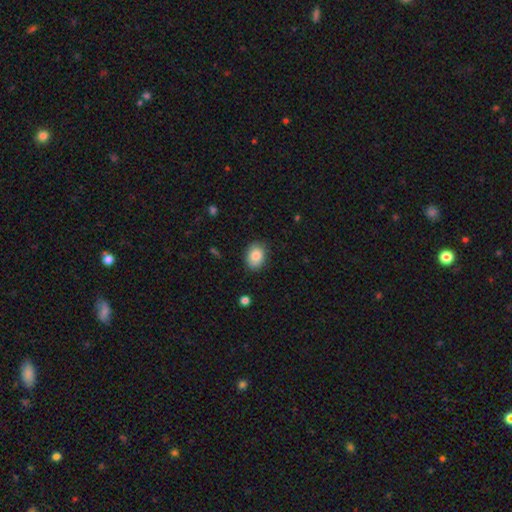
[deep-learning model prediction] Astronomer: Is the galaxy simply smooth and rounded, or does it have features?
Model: smooth — 86%.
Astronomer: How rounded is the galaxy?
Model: in between — 66%.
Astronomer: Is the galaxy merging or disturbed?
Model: none — 84%.